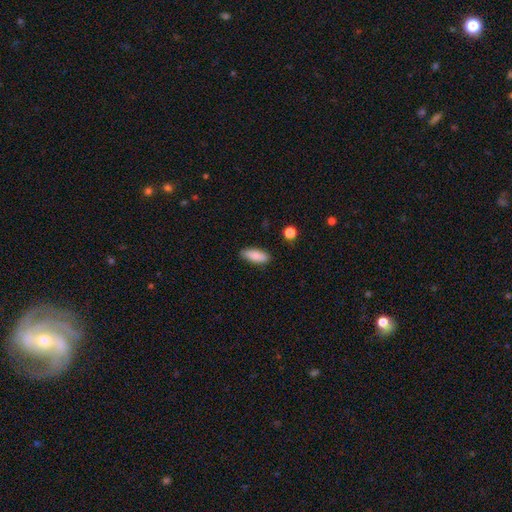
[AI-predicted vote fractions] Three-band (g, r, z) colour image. It shows a smooth galaxy with no disk features (87%) that is in between round and cigar-shaped (79%). Merging: none (86%).